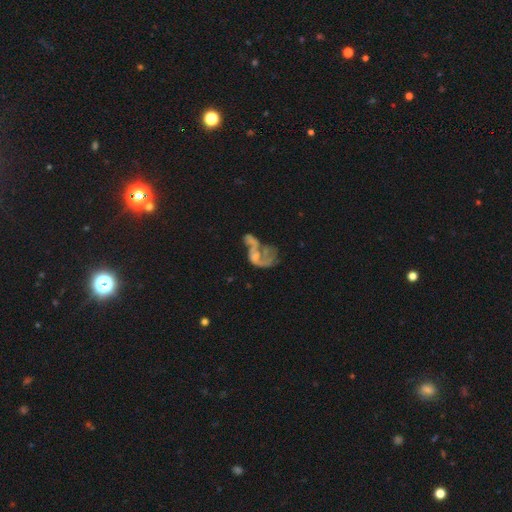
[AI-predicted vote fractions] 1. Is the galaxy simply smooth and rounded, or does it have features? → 62% featured or disk, 21% smooth, 17% star or artifact.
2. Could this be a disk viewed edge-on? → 96% no, 4% yes.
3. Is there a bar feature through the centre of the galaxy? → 78% no, 17% weak, 4% strong.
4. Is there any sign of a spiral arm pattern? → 56% no, 44% yes.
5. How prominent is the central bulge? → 39% none, 31% small, 24% moderate, 4% large, 2% dominant.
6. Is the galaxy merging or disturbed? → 40% merger, 35% major disturbance, 16% none, 9% minor disturbance.